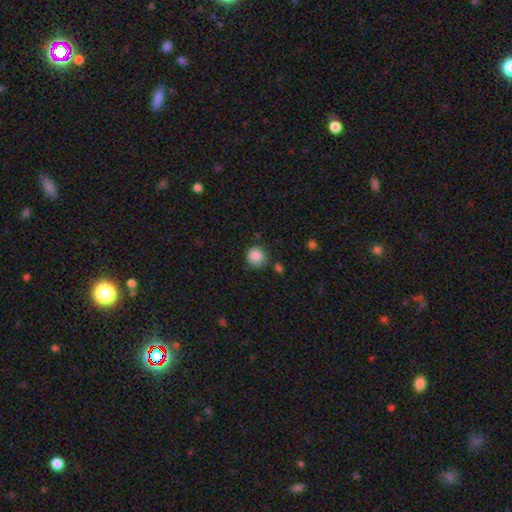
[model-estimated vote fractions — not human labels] smooth-or-featured: smooth: 88% | star or artifact: 9% | featured or disk: 4%
  how-rounded: round: 90% | in between: 9% | cigar-shaped: 1%
  merging: none: 77% | minor disturbance: 16% | major disturbance: 4% | merger: 3%